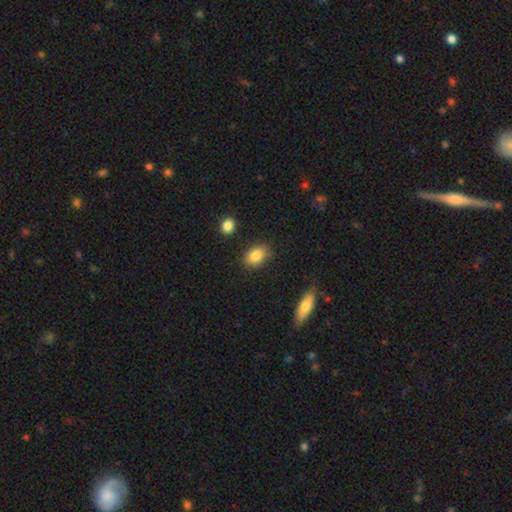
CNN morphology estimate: The model was most divided on "how rounded": in between: 78%, round: 20%, cigar-shaped: 2%. More confident: smooth or featured — smooth (85%); merging — none (82%).